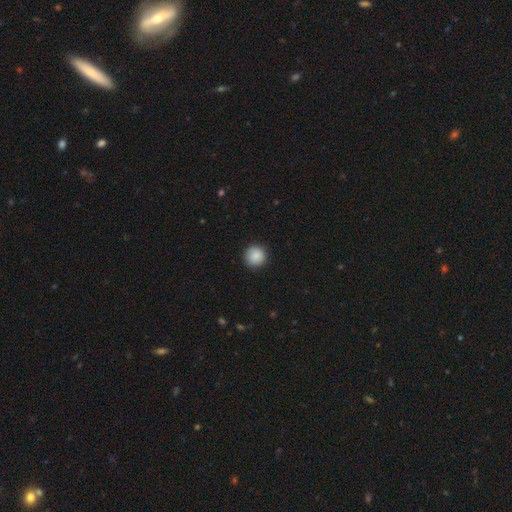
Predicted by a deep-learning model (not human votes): A smooth galaxy with no disk features (89%) that is round (95%).

Vote fractions:
- Smooth or featured? smooth: 89% / star or artifact: 8% / featured or disk: 3%
- How rounded? round: 95% / in between: 4% / cigar-shaped: 1%
- Merging? none: 91% / minor disturbance: 7% / major disturbance: 2% / merger: 1%